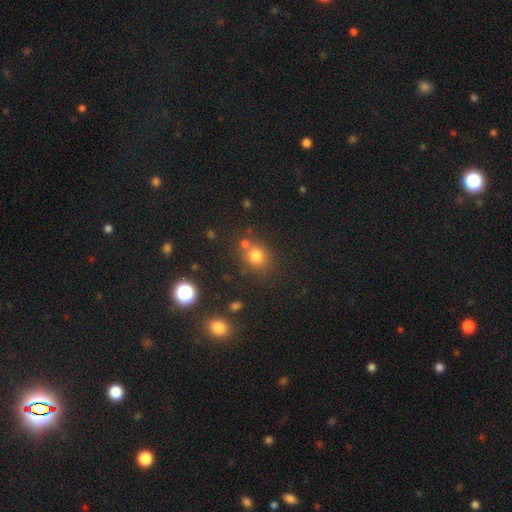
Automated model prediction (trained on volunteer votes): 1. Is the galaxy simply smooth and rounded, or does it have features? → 77% smooth, 16% star or artifact, 8% featured or disk.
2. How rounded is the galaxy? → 76% round, 23% in between, 1% cigar-shaped.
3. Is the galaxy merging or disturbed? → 67% none, 17% merger, 11% minor disturbance, 4% major disturbance.